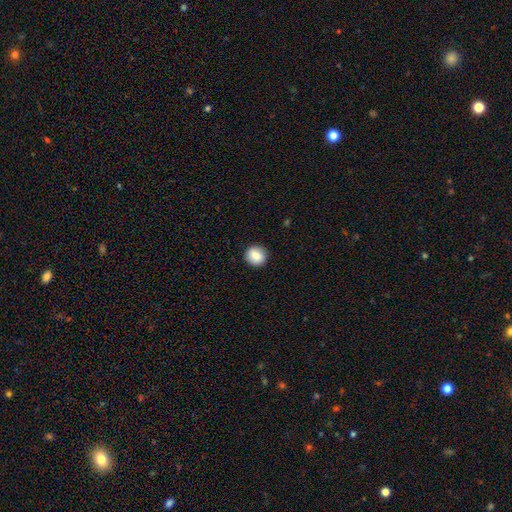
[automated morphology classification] type=smooth (86%); roundness=round (84%); merging=none (90%).